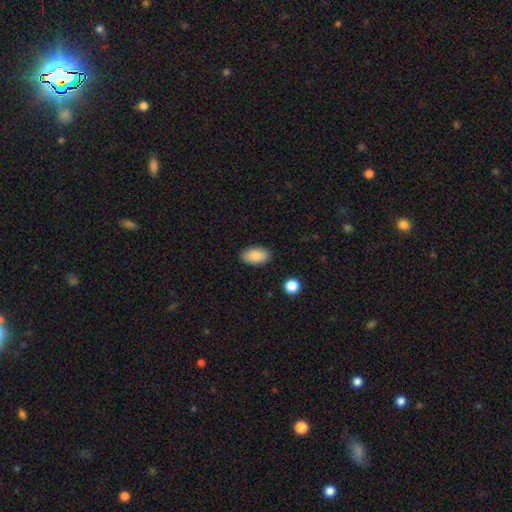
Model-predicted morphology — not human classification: A smooth galaxy with no disk features (86%) that is in between round and cigar-shaped (94%). Merging: none (87%).